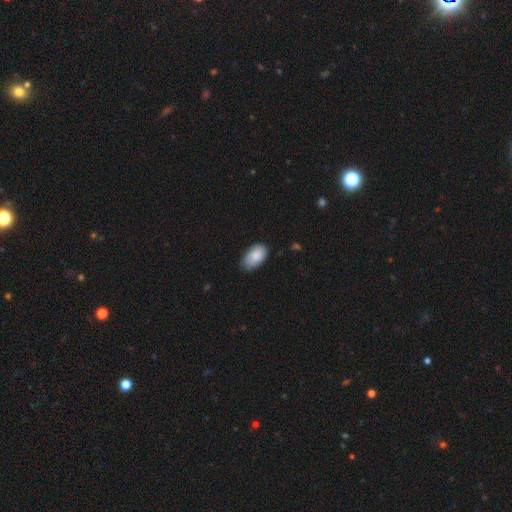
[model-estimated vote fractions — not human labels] Morphology: type=smooth (86%); roundness=in between (94%); merging=none (70%).